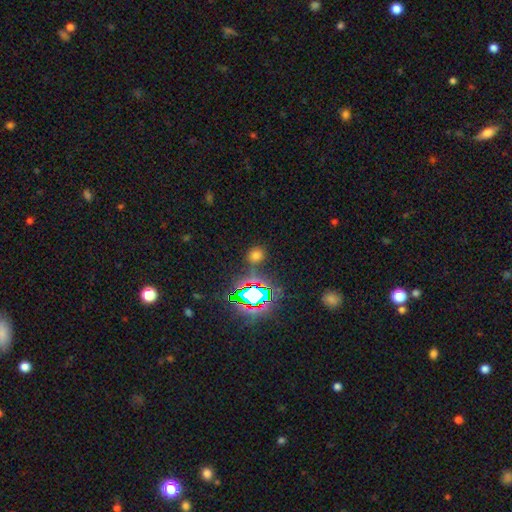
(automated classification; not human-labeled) Smooth or featured? Predicted: smooth (p=0.57). How rounded? Predicted: round (p=0.79). Merging? Predicted: none (p=0.78).